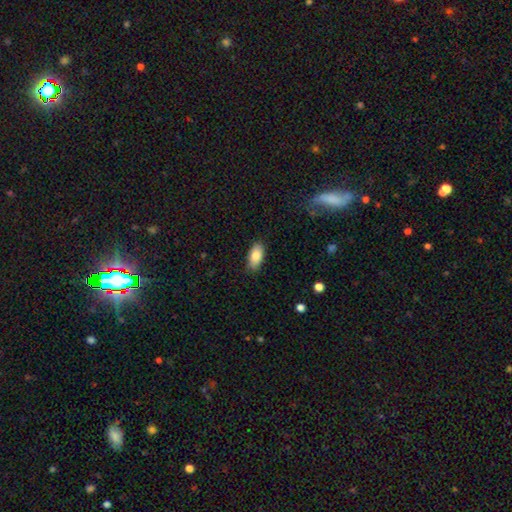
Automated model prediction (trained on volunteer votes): Smooth or featured?
  - smooth: 84% *
  - featured or disk: 9%
  - star or artifact: 7%
How rounded?
  - in between: 91% *
  - cigar-shaped: 6%
  - round: 3%
Merging?
  - none: 85% *
  - minor disturbance: 11%
  - major disturbance: 2%
  - merger: 1%